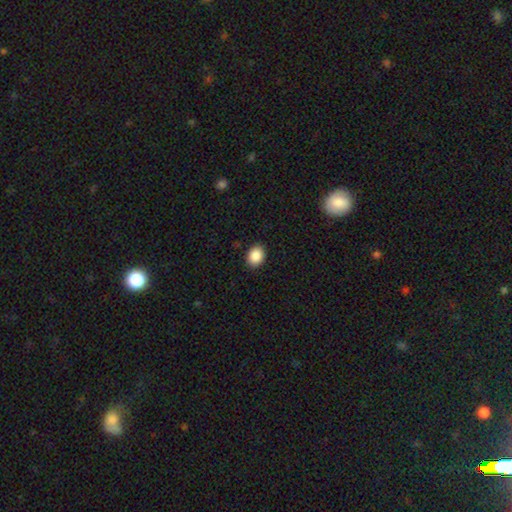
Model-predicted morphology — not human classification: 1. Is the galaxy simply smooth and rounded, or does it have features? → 89% smooth, 8% star or artifact, 3% featured or disk.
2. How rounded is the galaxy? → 58% in between, 41% round, 1% cigar-shaped.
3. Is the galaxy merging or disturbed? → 90% none, 7% minor disturbance, 2% major disturbance, 1% merger.